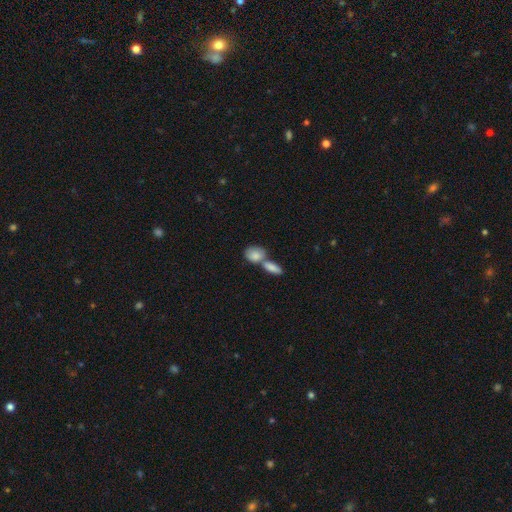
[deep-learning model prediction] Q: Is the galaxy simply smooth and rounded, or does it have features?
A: smooth — 83%.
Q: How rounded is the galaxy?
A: in between — 69%.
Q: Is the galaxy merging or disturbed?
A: merger — 56%.